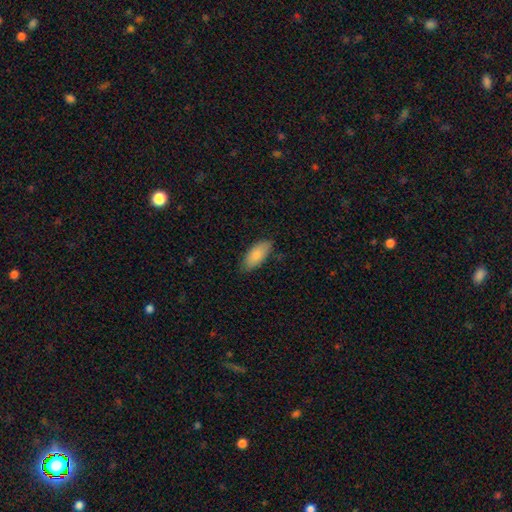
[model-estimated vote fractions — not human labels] A smooth galaxy with no disk features (85%) that is in between round and cigar-shaped (87%). Merging: none (81%).